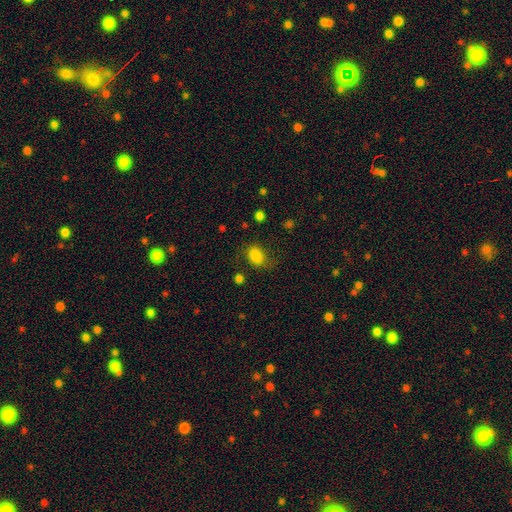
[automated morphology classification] Q: Smooth or featured?
A: smooth (83%); runner-up: star or artifact (10%)
Q: How rounded?
A: in between (74%); runner-up: round (25%)
Q: Merging?
A: none (66%); runner-up: minor disturbance (22%)